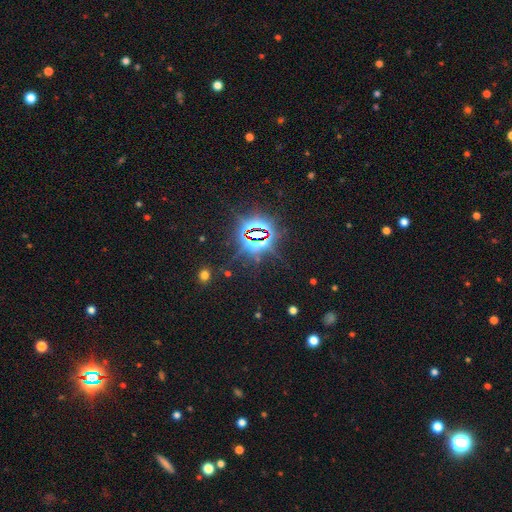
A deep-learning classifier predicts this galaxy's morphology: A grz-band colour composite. It shows a star or artifact, not a galaxy (80%).